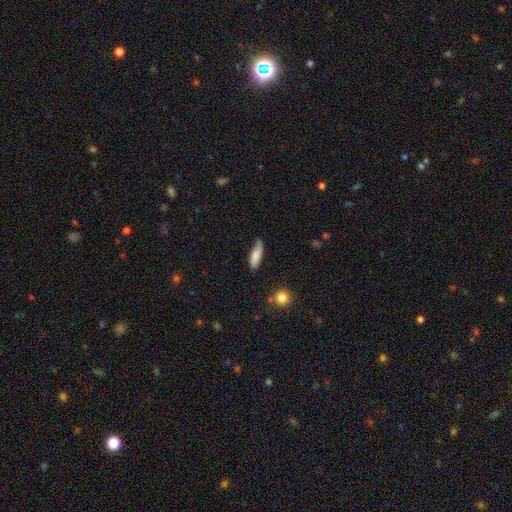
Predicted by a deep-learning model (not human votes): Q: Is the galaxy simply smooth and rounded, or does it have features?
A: smooth — 78%.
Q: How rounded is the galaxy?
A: in between — 55%.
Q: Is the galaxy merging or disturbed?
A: none — 62%.